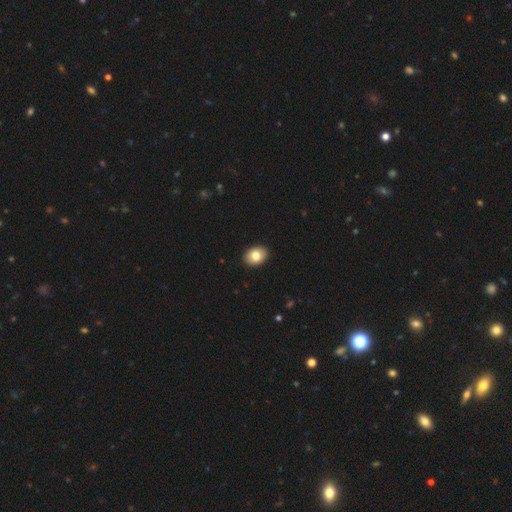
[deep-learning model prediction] Overall: smooth (82%). How rounded: in between (74%). Merging: none (92%).